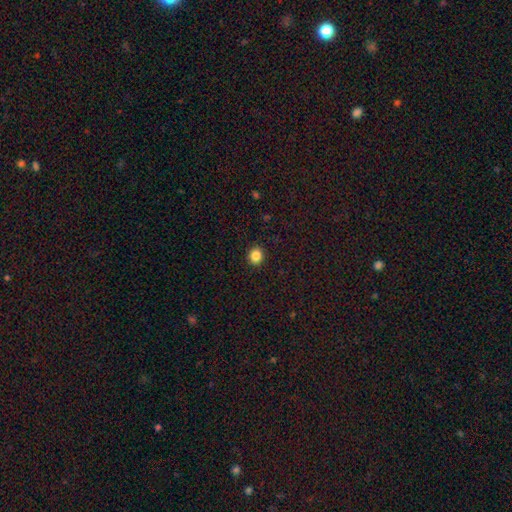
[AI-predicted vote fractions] Smooth or featured?
  - smooth: 86% *
  - star or artifact: 11%
  - featured or disk: 4%
How rounded?
  - round: 78% *
  - in between: 21%
  - cigar-shaped: 1%
Merging?
  - none: 92% *
  - minor disturbance: 6%
  - major disturbance: 2%
  - merger: 1%